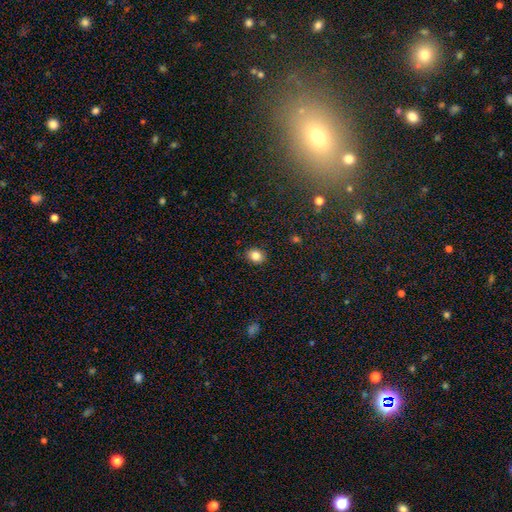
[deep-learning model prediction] Smooth or featured?
  - smooth: 84% *
  - star or artifact: 10%
  - featured or disk: 6%
How rounded?
  - round: 52% *
  - in between: 47%
  - cigar-shaped: 1%
Merging?
  - none: 88% *
  - minor disturbance: 9%
  - major disturbance: 2%
  - merger: 1%